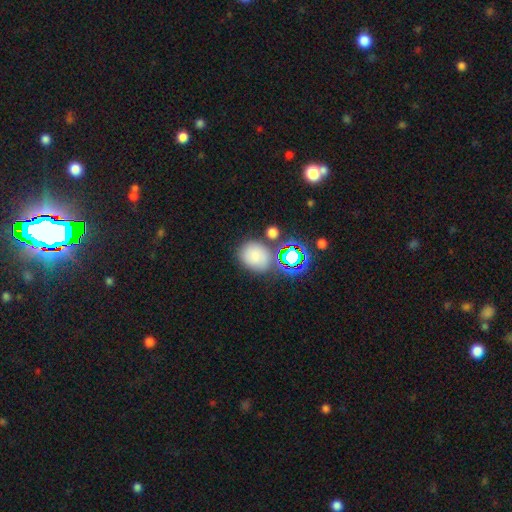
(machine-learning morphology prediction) Smooth or featured? Predicted: smooth (p=0.72). How rounded? Predicted: round (p=0.64). Merging? Predicted: none (p=0.70).